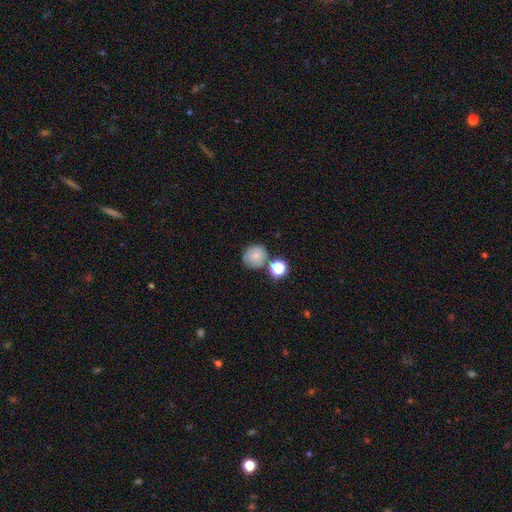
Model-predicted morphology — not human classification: smooth 77%, star or artifact 12%, featured or disk 11%. Down the decision tree: how rounded — round (82%); merging — none (64%).